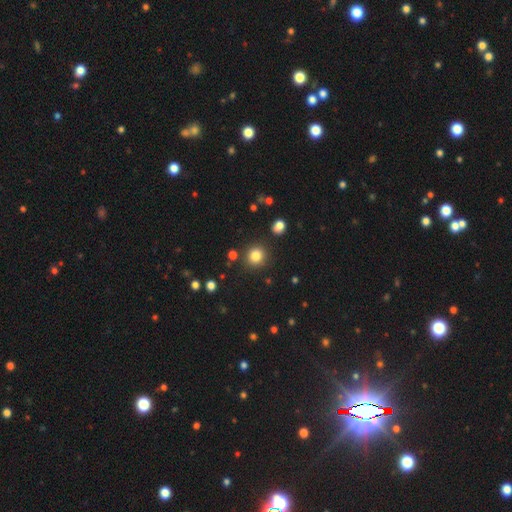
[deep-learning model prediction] Overall: smooth (83%). How rounded: round (89%). Merging: none (87%).